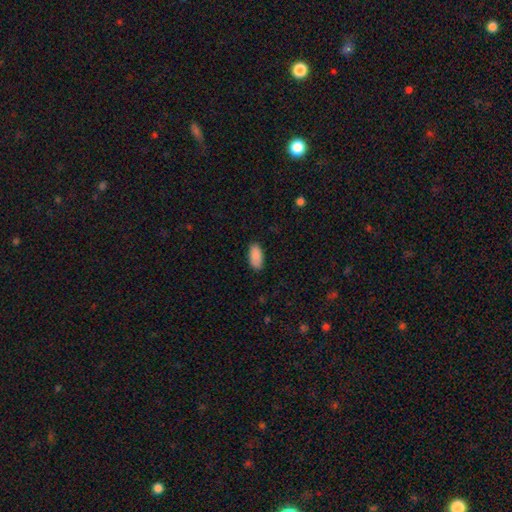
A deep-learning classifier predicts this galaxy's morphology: The model was most divided on "merging": none: 85%, minor disturbance: 11%, major disturbance: 2%, merger: 1%. More confident: how rounded — in between (92%); smooth or featured — smooth (89%).